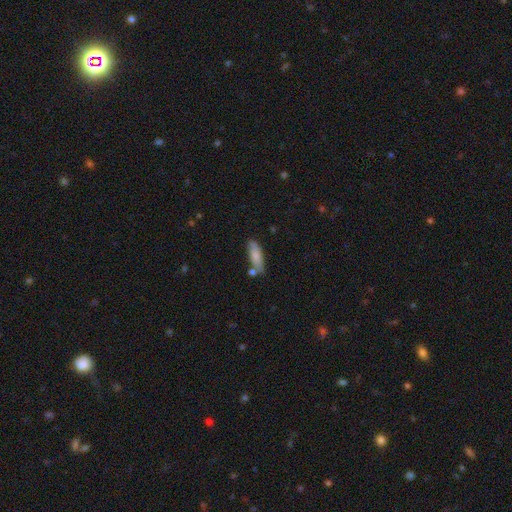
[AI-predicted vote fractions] Morphology: type=smooth (77%); roundness=in between (55%); merging=none (64%).